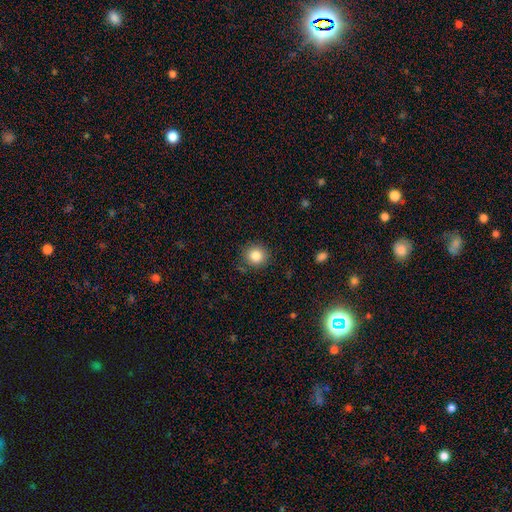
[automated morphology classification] A smooth galaxy with no disk features (85%) that is round (90%). Merging: none (86%).